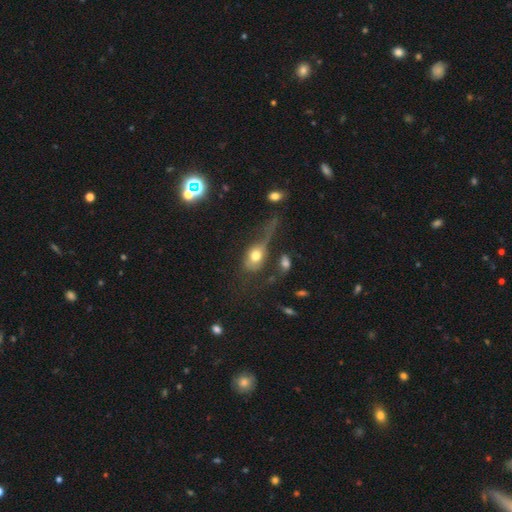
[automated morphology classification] A smooth galaxy with no disk features (67%) that is in between round and cigar-shaped (66%). Merging: major disturbance (46%).